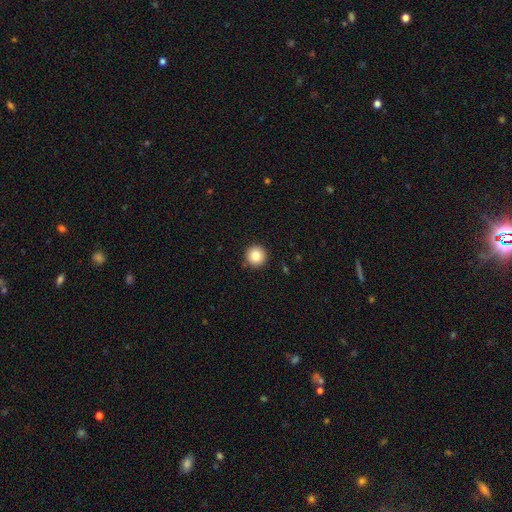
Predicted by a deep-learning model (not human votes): smooth_or_featured: smooth (p=0.83) [alt: star or artifact p=0.10]
how_rounded: round (p=0.96) [alt: in between p=0.03]
merging: none (p=0.91) [alt: minor disturbance p=0.06]